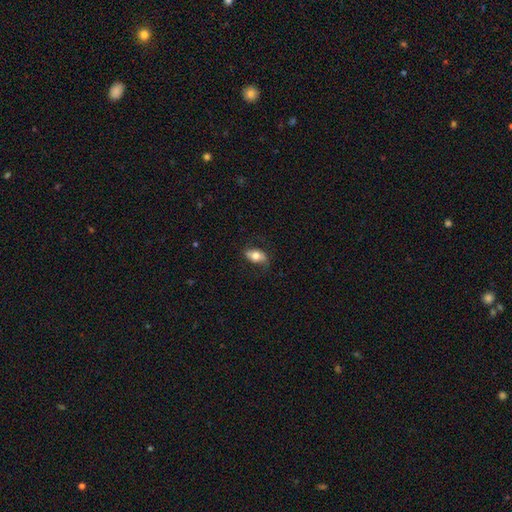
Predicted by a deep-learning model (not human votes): smooth 64%, featured or disk 29%, star or artifact 7%. Down the decision tree: how rounded — in between (89%); merging — none (72%).